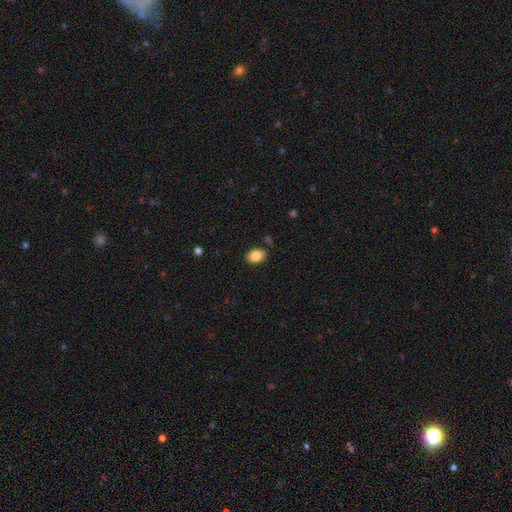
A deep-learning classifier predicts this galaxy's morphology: This appears to be a smooth galaxy with no disk features (84%) that is in between round and cigar-shaped (76%). Merging: none (85%).